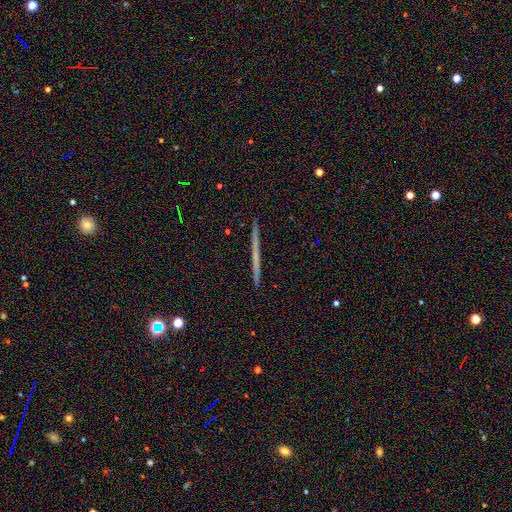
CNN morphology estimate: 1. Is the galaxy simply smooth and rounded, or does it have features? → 53% featured or disk, 37% smooth, 10% star or artifact.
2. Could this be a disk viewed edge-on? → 98% yes, 2% no.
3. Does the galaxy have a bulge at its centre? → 87% none, 10% rounded, 4% boxy.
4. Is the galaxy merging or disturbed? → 93% none, 5% minor disturbance, 1% major disturbance, 1% merger.